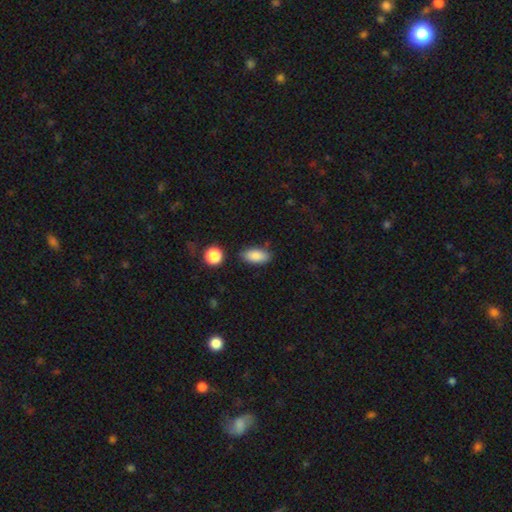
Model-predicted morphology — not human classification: Overall: smooth (86%). How rounded: in between (89%). Merging: none (81%).